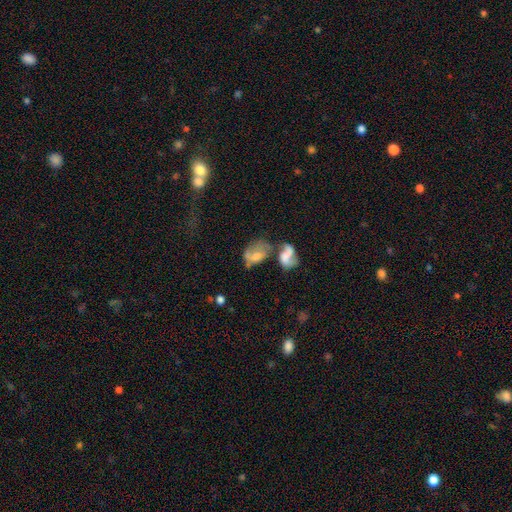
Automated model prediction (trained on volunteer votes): Smooth or featured: smooth — 45% (tied with featured or disk — 45%)
Merging: merger — 46% (major disturbance — 21%)